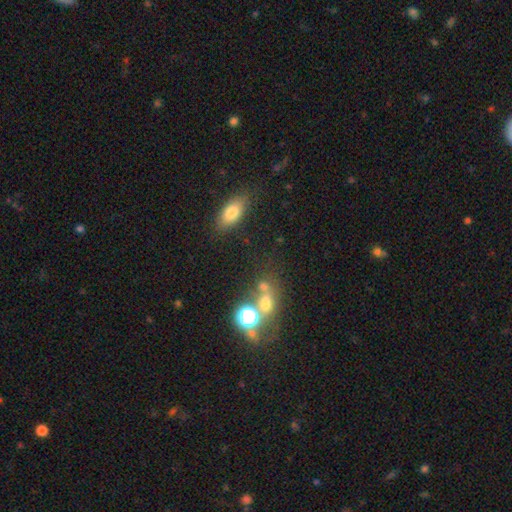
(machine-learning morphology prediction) Smooth or featured: smooth — 49% (star or artifact — 29%)
Merging: none — 61% (merger — 22%)